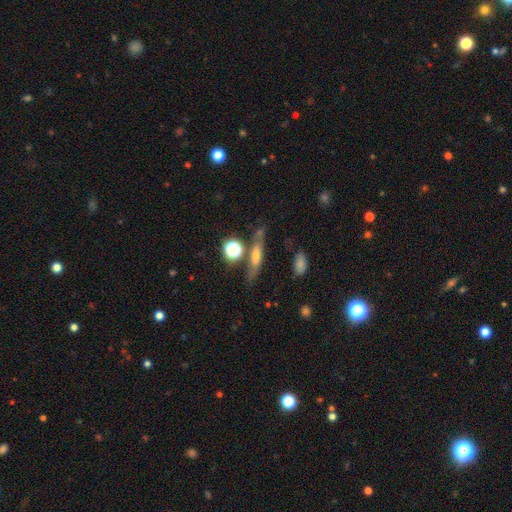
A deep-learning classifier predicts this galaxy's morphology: type=featured or disk (46%); merging=none (69%).